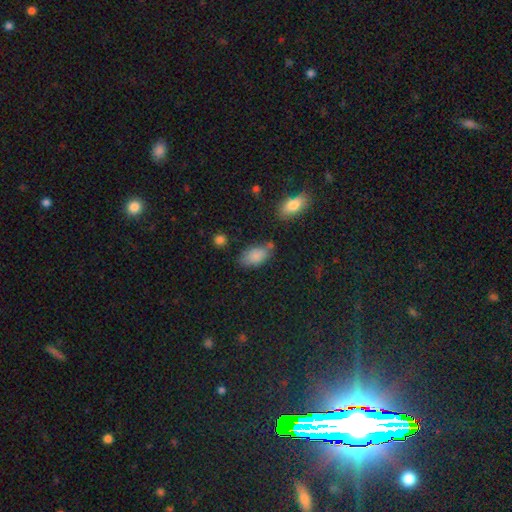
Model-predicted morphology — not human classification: This is clearly a smooth galaxy (84%). How rounded: clearly in between (92%). Merging: likely none (64%).